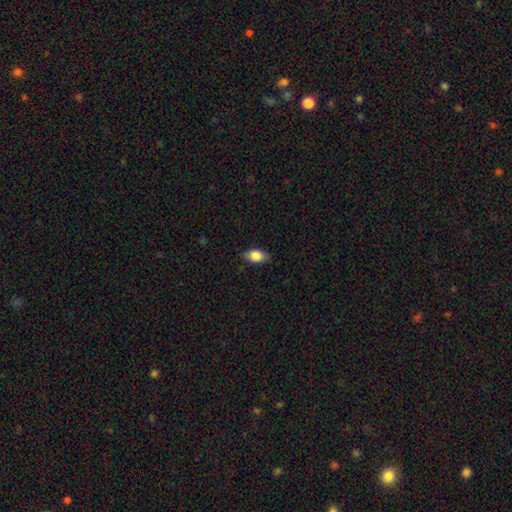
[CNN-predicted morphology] This appears to be a smooth galaxy with no disk features (82%) that is in between round and cigar-shaped (88%). Merging: none (84%).